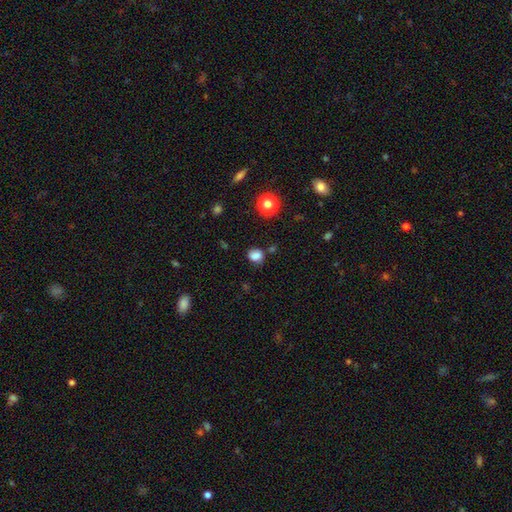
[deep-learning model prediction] Q: Smooth or featured?
A: smooth (81%); runner-up: star or artifact (14%)
Q: How rounded?
A: round (61%); runner-up: in between (38%)
Q: Merging?
A: none (67%); runner-up: minor disturbance (20%)